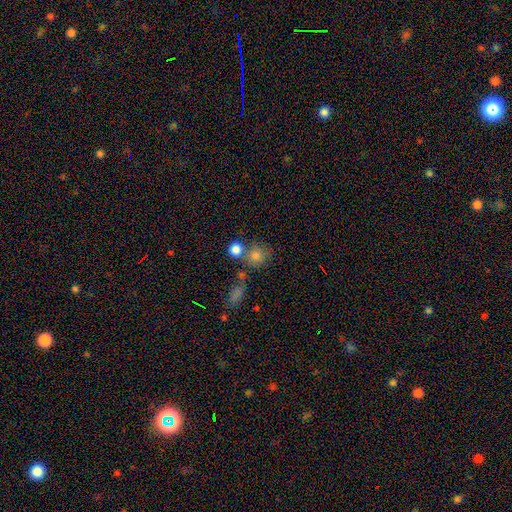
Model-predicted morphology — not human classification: This is likely a smooth galaxy (77%). How rounded: clearly round (82%). Merging: possibly none (55%).